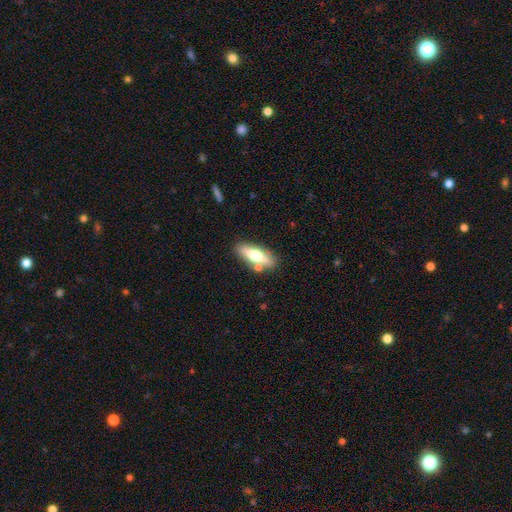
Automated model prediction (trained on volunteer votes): Smooth or featured: smooth — 49% (featured or disk — 44%)
Merging: none — 78% (minor disturbance — 11%)